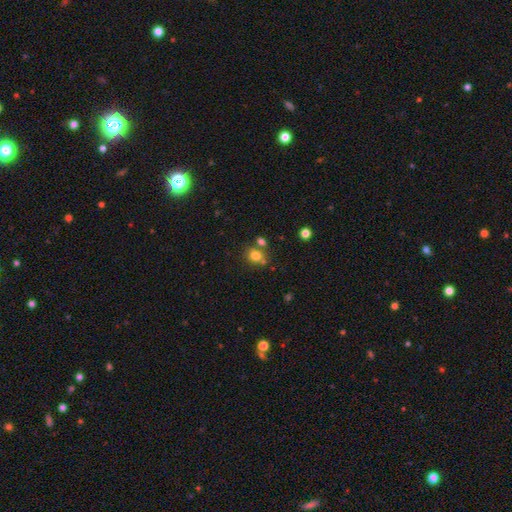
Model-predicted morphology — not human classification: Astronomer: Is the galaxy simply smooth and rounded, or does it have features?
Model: smooth — 77%.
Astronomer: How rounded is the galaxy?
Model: round — 68%.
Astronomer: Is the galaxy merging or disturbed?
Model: none — 62%.